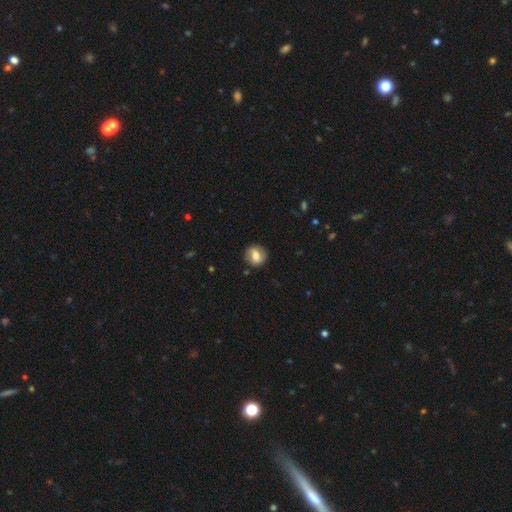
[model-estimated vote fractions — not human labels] The model was most divided on "smooth or featured": smooth: 59%, featured or disk: 33%, star or artifact: 8%. More confident: merging — none (84%); how rounded — round (76%).